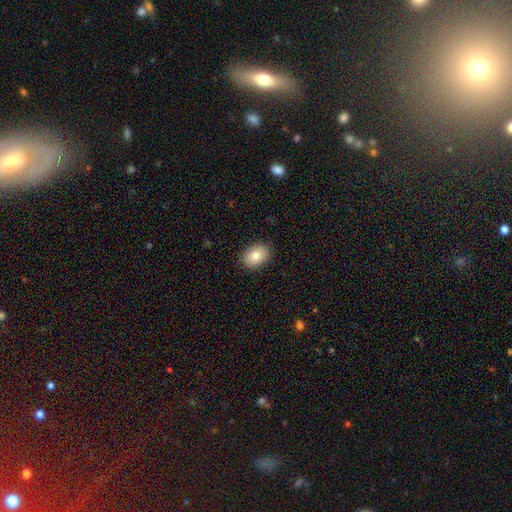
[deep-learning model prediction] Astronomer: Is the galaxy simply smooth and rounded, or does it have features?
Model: smooth — 81%.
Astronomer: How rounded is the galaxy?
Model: in between — 75%.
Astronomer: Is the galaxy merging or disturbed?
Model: none — 89%.